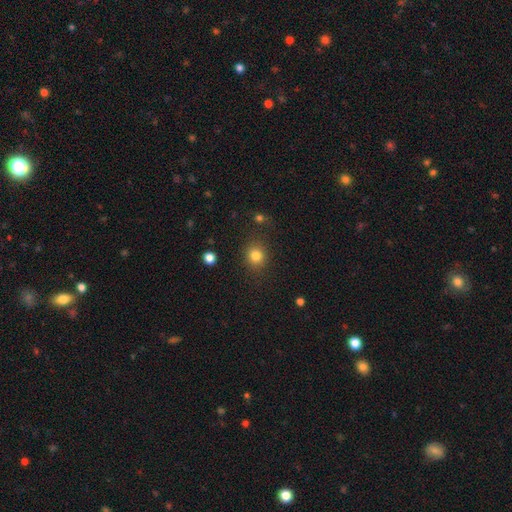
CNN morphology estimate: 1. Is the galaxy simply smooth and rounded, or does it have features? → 82% smooth, 12% star or artifact, 6% featured or disk.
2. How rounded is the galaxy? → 84% round, 15% in between, 1% cigar-shaped.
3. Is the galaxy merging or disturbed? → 85% none, 9% minor disturbance, 4% major disturbance, 3% merger.